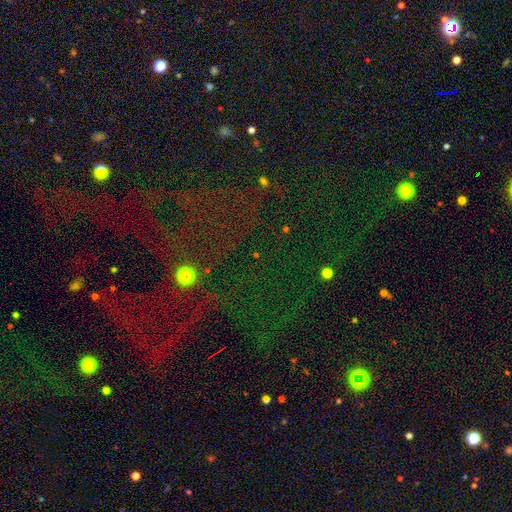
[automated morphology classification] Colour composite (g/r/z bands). It shows a star or artifact, not a galaxy (73%).